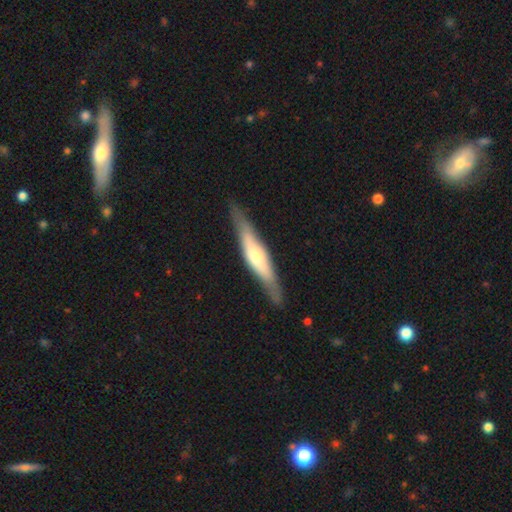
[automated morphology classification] Q: Smooth or featured?
A: featured or disk (68%); runner-up: smooth (26%)
Q: Edge-on disk?
A: yes (90%); runner-up: no (10%)
Q: Edge-on bulge?
A: rounded (67%); runner-up: boxy (22%)
Q: Merging?
A: none (84%); runner-up: minor disturbance (12%)